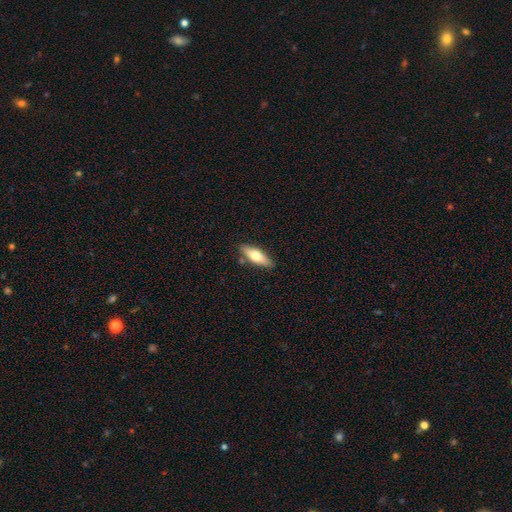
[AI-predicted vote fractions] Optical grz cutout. It shows a smooth galaxy with no disk features (60%) that is in between round and cigar-shaped (58%). Merging: none (84%).